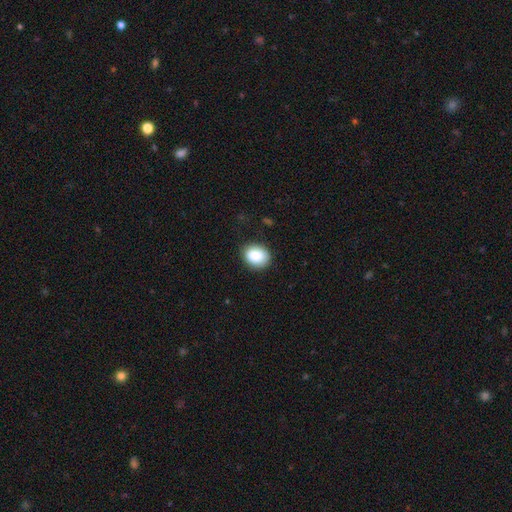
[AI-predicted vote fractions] smooth 86%, star or artifact 8%, featured or disk 6%. Down the decision tree: how rounded — round (52%); merging — none (82%).